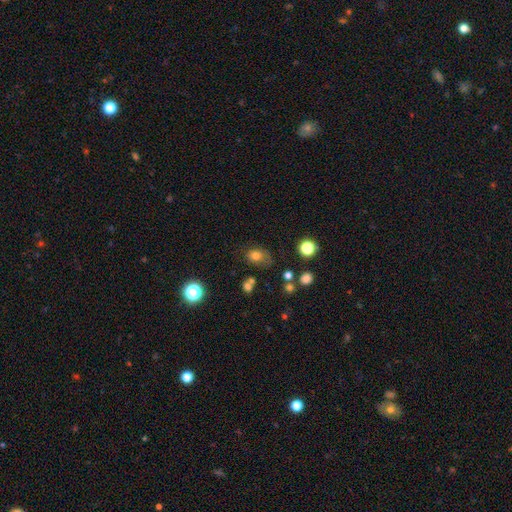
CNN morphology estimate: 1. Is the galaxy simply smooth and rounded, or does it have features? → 74% smooth, 15% star or artifact, 10% featured or disk.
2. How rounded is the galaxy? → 59% in between, 39% round, 1% cigar-shaped.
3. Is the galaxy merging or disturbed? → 55% none, 26% minor disturbance, 11% major disturbance, 8% merger.